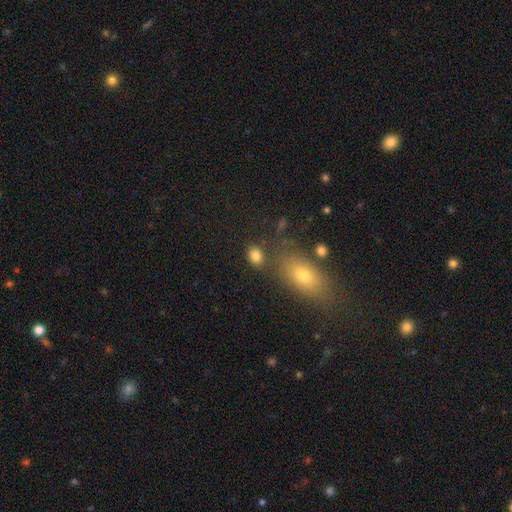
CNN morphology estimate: smooth-or-featured: smooth: 82% | star or artifact: 11% | featured or disk: 7%
  how-rounded: in between: 69% | round: 29% | cigar-shaped: 2%
  merging: none: 72% | minor disturbance: 13% | merger: 10% | major disturbance: 5%